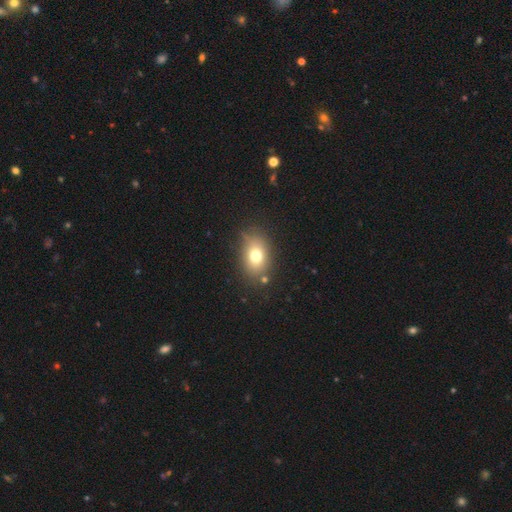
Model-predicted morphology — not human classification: type=smooth (74%); roundness=in between (73%); merging=none (77%).